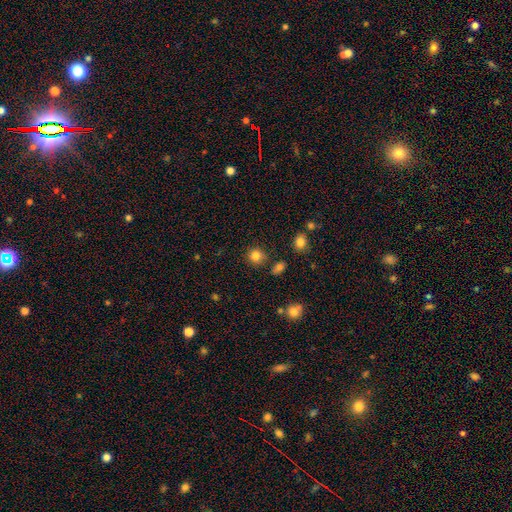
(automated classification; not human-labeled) Smooth or featured: smooth — 84% (star or artifact — 11%)
How rounded: round — 88% (in between — 11%)
Merging: none — 82% (minor disturbance — 10%)